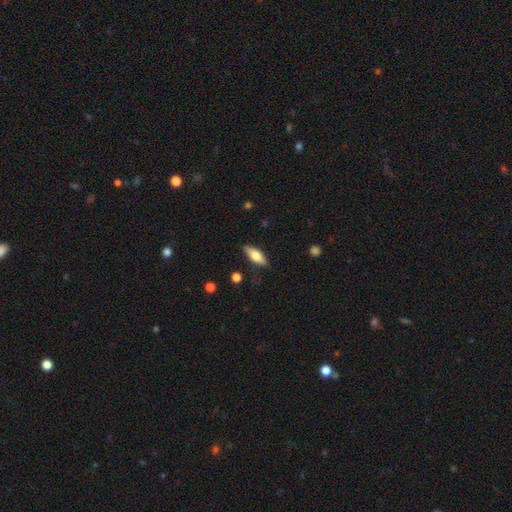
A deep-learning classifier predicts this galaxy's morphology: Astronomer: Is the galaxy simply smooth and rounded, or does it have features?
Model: smooth — 64%.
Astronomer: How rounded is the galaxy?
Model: in between — 65%.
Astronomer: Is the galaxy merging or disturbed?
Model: none — 84%.